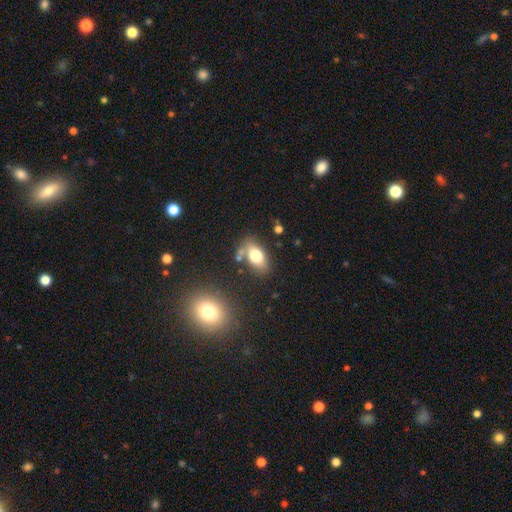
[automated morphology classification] type=smooth (74%); roundness=in between (88%); merging=none (69%).